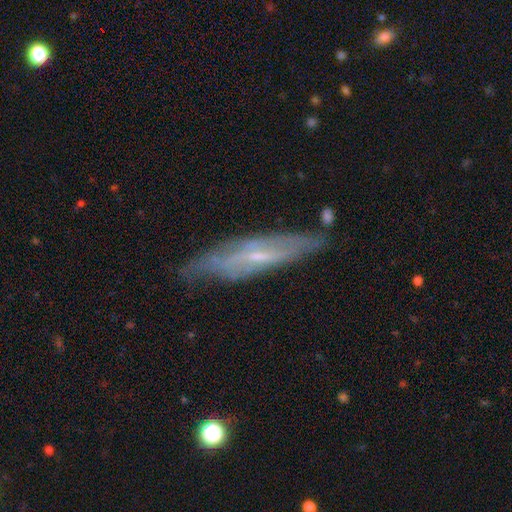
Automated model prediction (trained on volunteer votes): This appears to be a featured or disk galaxy (71%) viewed edge-on (58%). Merging: none (74%).